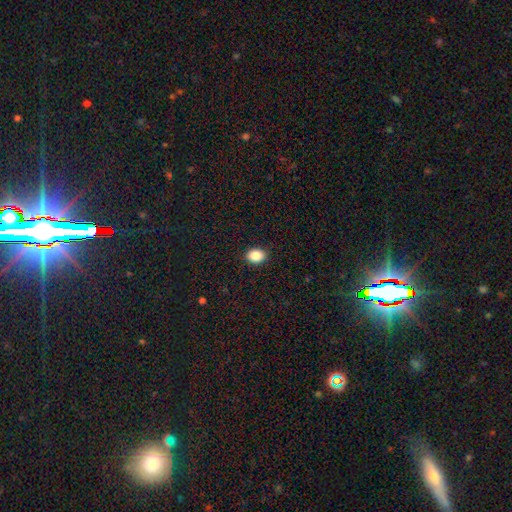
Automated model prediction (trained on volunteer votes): A smooth galaxy with no disk features (87%) that is in between round and cigar-shaped (61%). Merging: none (90%).